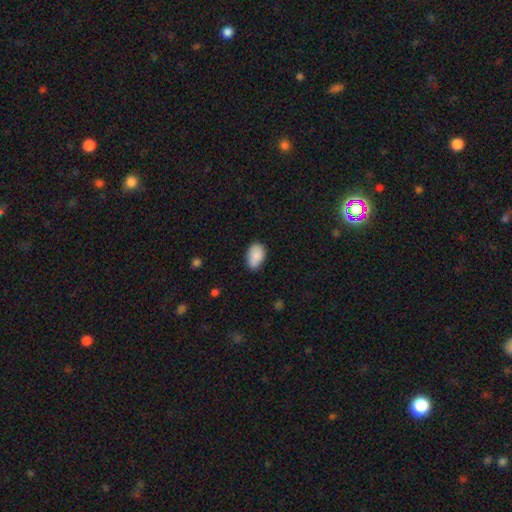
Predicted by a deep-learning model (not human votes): smooth-or-featured: smooth: 88% | star or artifact: 7% | featured or disk: 5%
  how-rounded: in between: 91% | round: 7% | cigar-shaped: 1%
  merging: none: 76% | minor disturbance: 20% | major disturbance: 3% | merger: 1%